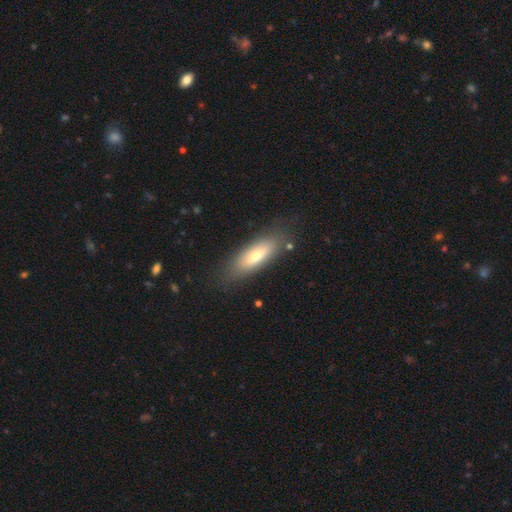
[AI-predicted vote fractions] Smooth or featured? smooth (64%)
How rounded? in between (59%)
Merging? none (80%)